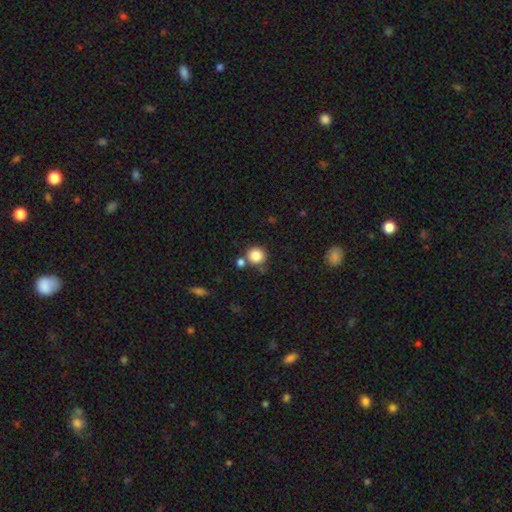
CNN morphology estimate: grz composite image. It shows a smooth galaxy with no disk features (85%) that is round (91%). Merging: none (72%).